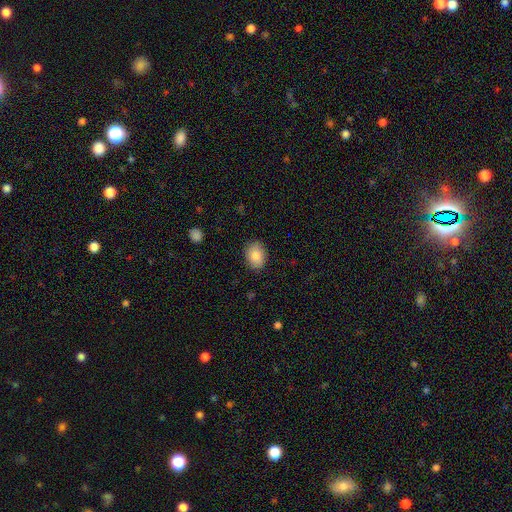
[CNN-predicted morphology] Smooth or featured? Predicted: smooth (p=0.86). How rounded? Predicted: in between (p=0.74). Merging? Predicted: none (p=0.87).